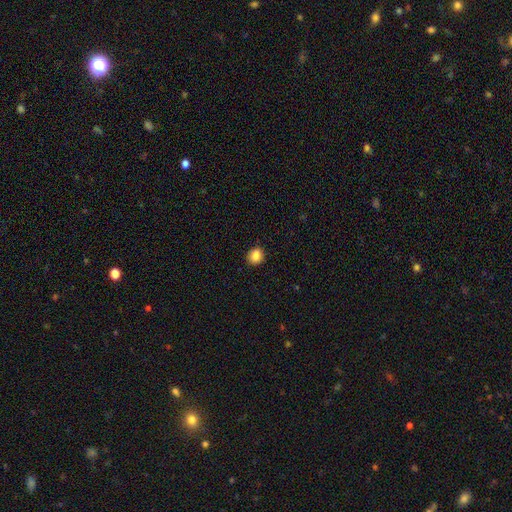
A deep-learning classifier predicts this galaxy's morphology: smooth_or_featured: smooth (p=0.86) [alt: star or artifact p=0.10]
how_rounded: round (p=0.71) [alt: in between p=0.28]
merging: none (p=0.88) [alt: minor disturbance p=0.09]